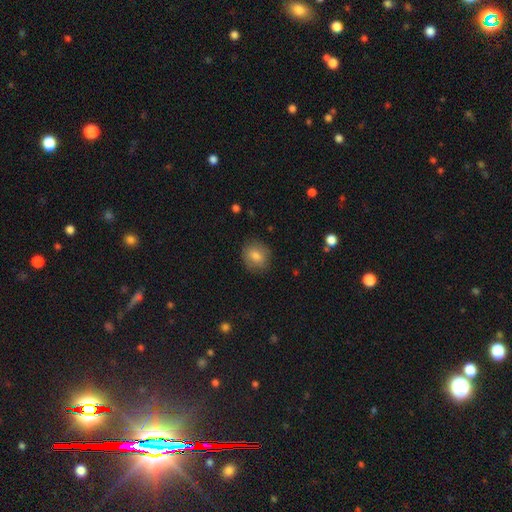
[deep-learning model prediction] Smooth or featured? smooth (78%)
How rounded? round (70%)
Merging? none (85%)